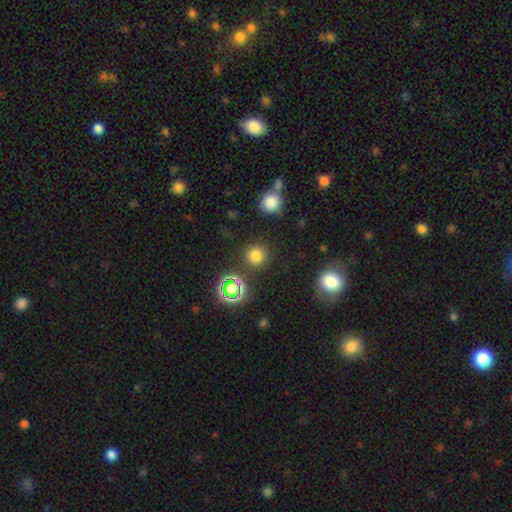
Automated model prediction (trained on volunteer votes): smooth 74%, star or artifact 21%, featured or disk 5%. Down the decision tree: how rounded — round (94%); merging — none (87%).